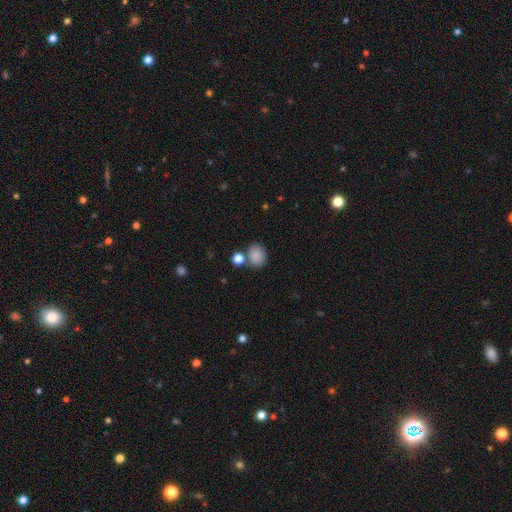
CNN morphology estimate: This is clearly a smooth galaxy (86%). How rounded: likely round (61%). Merging: likely none (70%).